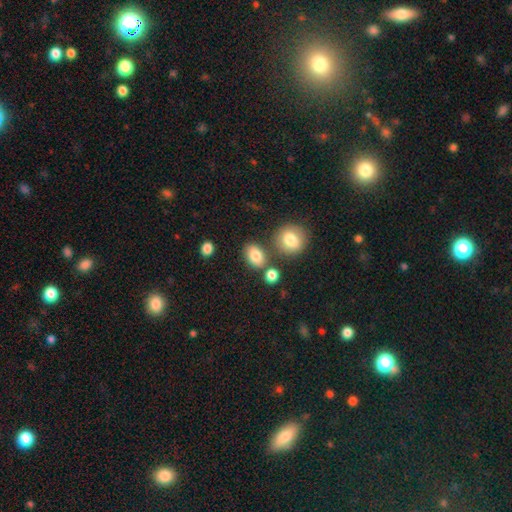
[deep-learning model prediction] Morphology: type=smooth (82%); roundness=in between (70%); merging=none (70%).